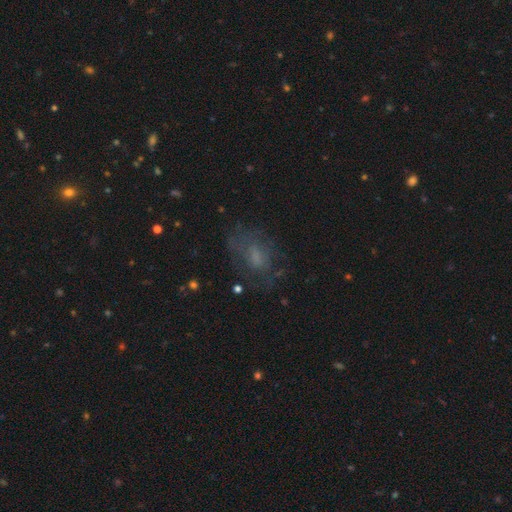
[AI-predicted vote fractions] Q: Smooth or featured?
A: smooth (44%); runner-up: featured or disk (38%)
Q: Merging?
A: none (59%); runner-up: minor disturbance (20%)